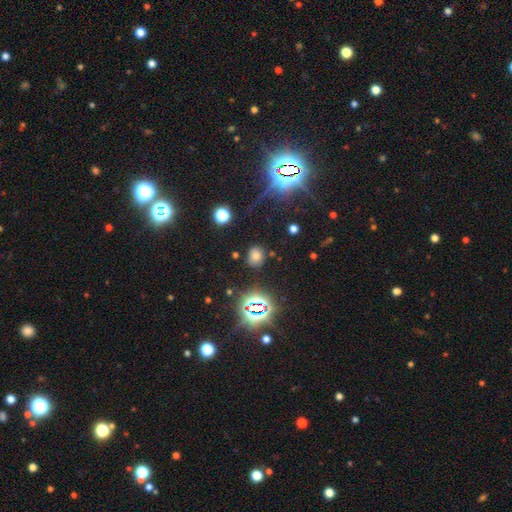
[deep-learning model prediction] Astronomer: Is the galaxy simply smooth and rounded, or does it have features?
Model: smooth — 64%.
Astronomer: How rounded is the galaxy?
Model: round — 56% (runner-up: in between, 43%).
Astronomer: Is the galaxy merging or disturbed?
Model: none — 81%.